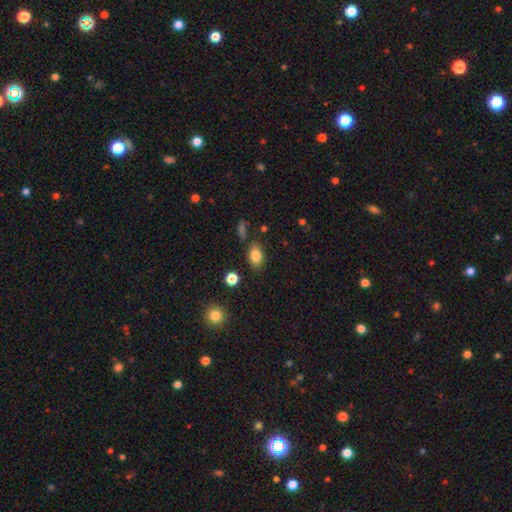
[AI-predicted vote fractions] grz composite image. It shows a smooth galaxy with no disk features (82%) that is in between round and cigar-shaped (83%). Merging: none (80%).